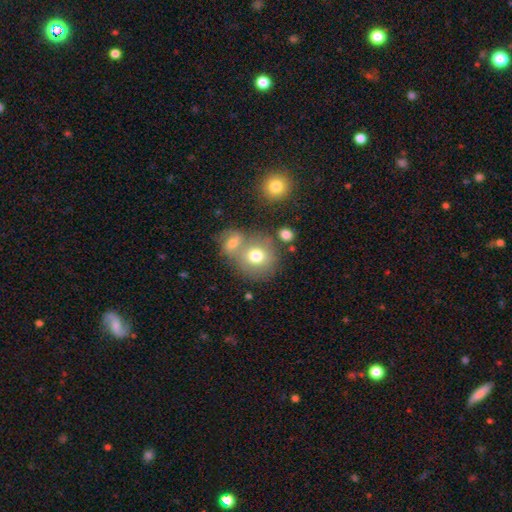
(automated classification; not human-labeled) smooth-or-featured: smooth: 72% | featured or disk: 17% | star or artifact: 11%
  how-rounded: round: 84% | in between: 15% | cigar-shaped: 1%
  merging: none: 48% | merger: 37% | minor disturbance: 10% | major disturbance: 5%